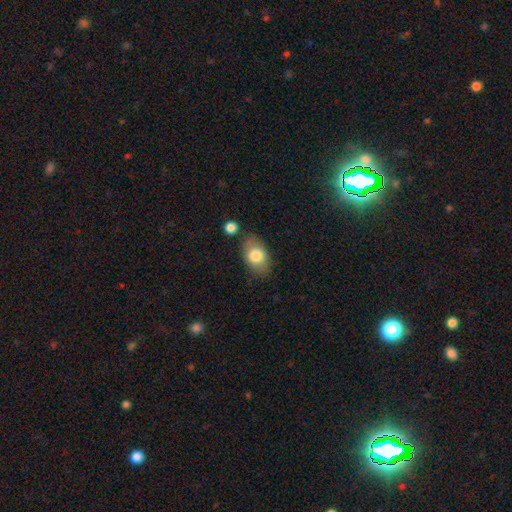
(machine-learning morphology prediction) The model was most divided on "merging": none: 76%, minor disturbance: 15%, merger: 6%, major disturbance: 4%. More confident: how rounded — in between (87%); smooth or featured — smooth (78%).